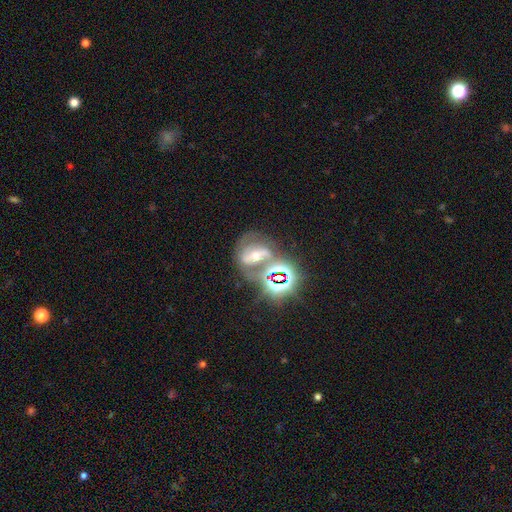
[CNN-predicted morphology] featured or disk 56%, star or artifact 29%, smooth 16%. Down the decision tree: edge-on disk — no (95%); bar — strong (49%); spiral arms — yes (78%); bulge size — moderate (66%); merging — none (49%).